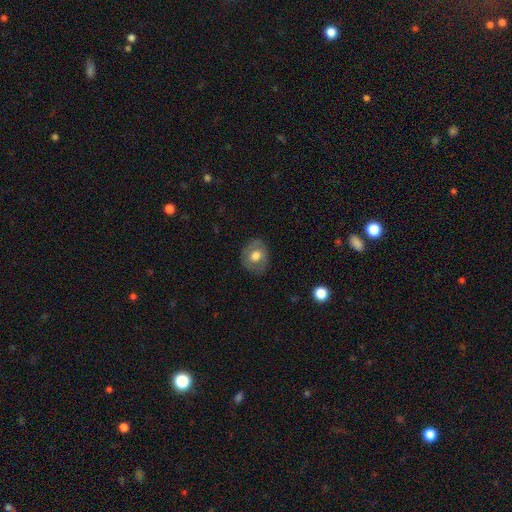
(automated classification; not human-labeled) Smooth or featured? Predicted: smooth (p=0.64). How rounded? Predicted: round (p=0.61). Merging? Predicted: none (p=0.80).